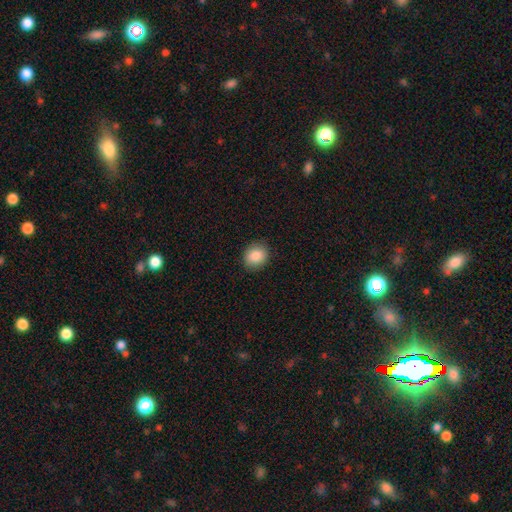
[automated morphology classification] smooth_or_featured: smooth (p=0.87) [alt: star or artifact p=0.08]
how_rounded: round (p=0.66) [alt: in between p=0.34]
merging: none (p=0.89) [alt: minor disturbance p=0.08]